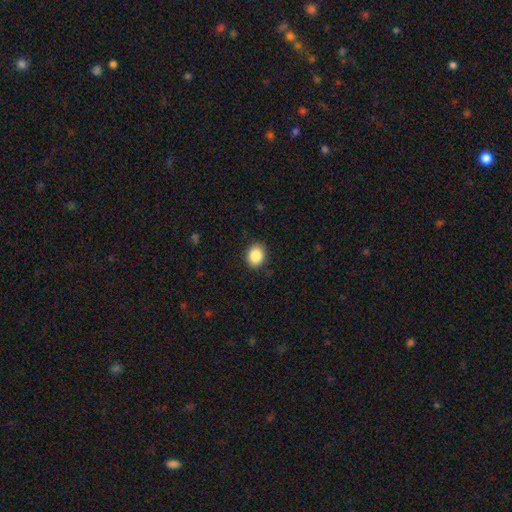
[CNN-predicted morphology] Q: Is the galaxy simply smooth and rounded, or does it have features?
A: smooth — 87%.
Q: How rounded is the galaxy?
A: round — 57%.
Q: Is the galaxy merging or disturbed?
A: none — 88%.